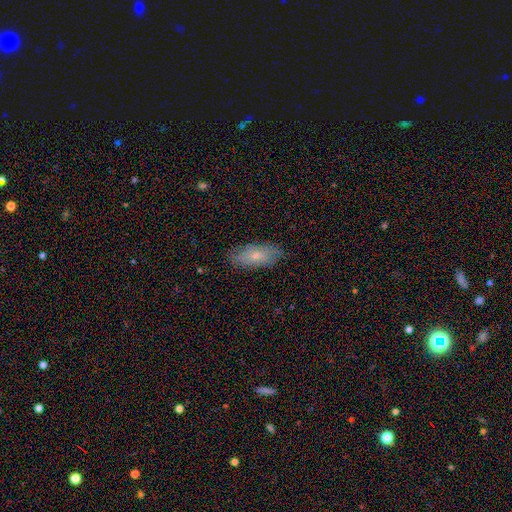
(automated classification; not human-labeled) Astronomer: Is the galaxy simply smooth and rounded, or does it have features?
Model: smooth — 65%.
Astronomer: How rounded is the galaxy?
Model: in between — 82%.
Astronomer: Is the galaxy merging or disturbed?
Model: none — 81%.